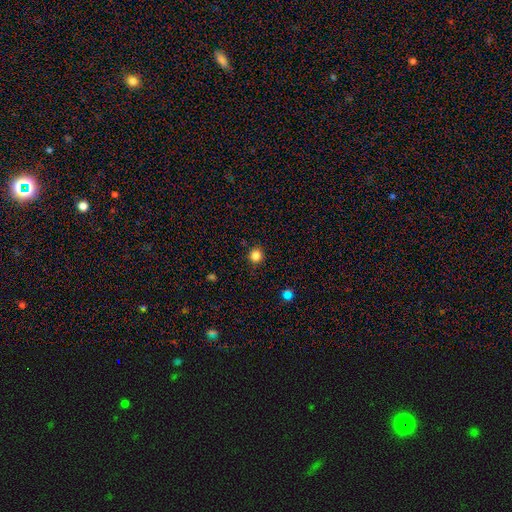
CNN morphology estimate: Q: Smooth or featured?
A: smooth (84%); runner-up: star or artifact (13%)
Q: How rounded?
A: round (92%); runner-up: in between (7%)
Q: Merging?
A: none (91%); runner-up: minor disturbance (6%)